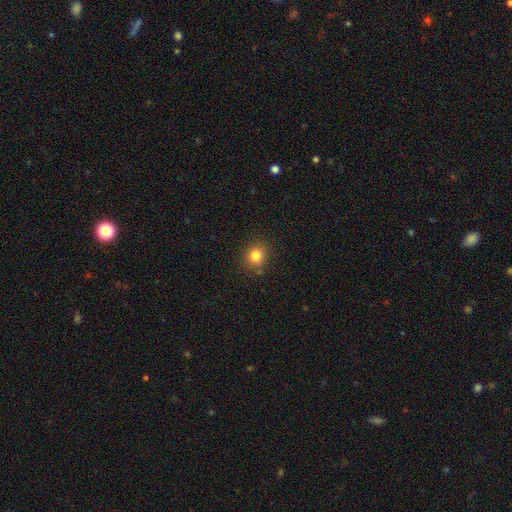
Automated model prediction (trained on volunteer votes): The model was most divided on "how rounded": round: 82%, in between: 17%, cigar-shaped: 1%. More confident: merging — none (84%); smooth or featured — smooth (82%).